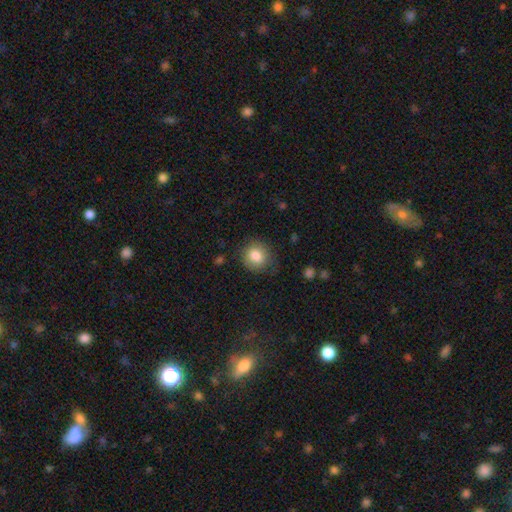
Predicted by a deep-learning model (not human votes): Smooth or featured: smooth — 84% (star or artifact — 9%)
How rounded: round — 80% (in between — 19%)
Merging: none — 80% (minor disturbance — 14%)